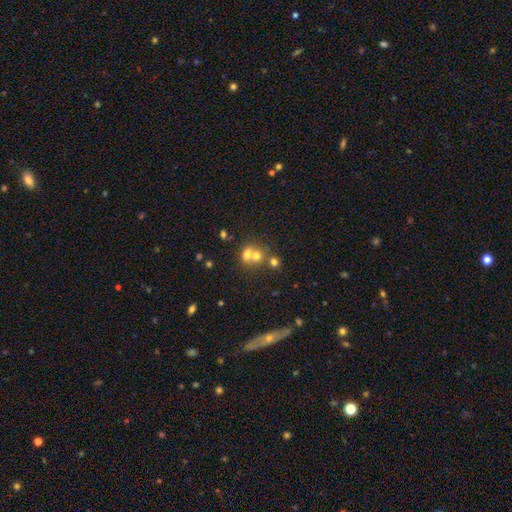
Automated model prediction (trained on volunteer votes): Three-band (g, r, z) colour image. It shows a smooth galaxy with no disk features (64%) that is round (73%). Merging: merger (60%).